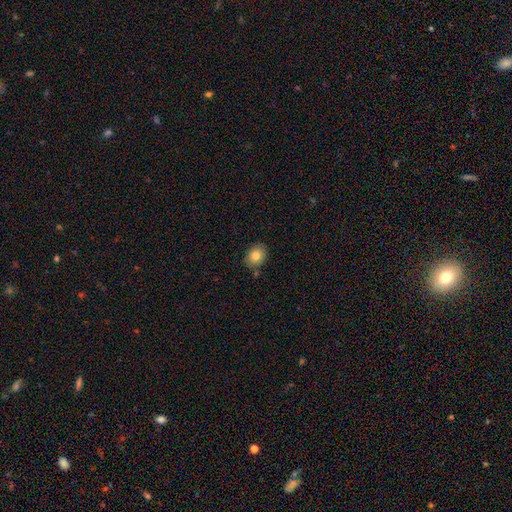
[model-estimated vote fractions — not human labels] Overall: smooth (81%). How rounded: in between (55%; round 44%). Merging: none (83%).